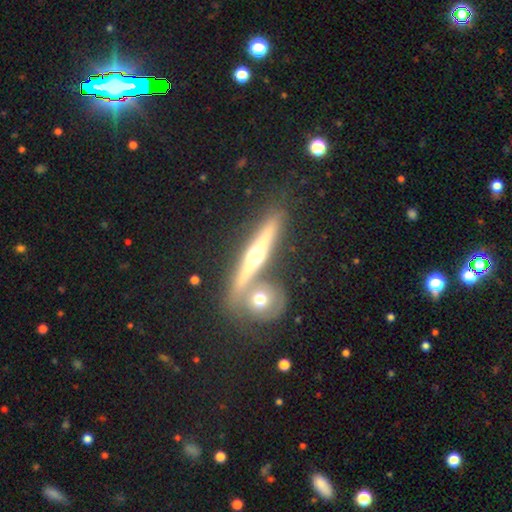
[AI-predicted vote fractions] A featured or disk galaxy (75%) viewed edge-on (96%) with a rounded central bulge (94%).

Vote fractions:
- Smooth or featured? featured or disk: 75% / smooth: 18% / star or artifact: 6%
- Edge-on disk? yes: 96% / no: 4%
- Edge-on bulge? rounded: 94% / none: 4% / boxy: 3%
- Merging? none: 70% / merger: 19% / minor disturbance: 8% / major disturbance: 3%